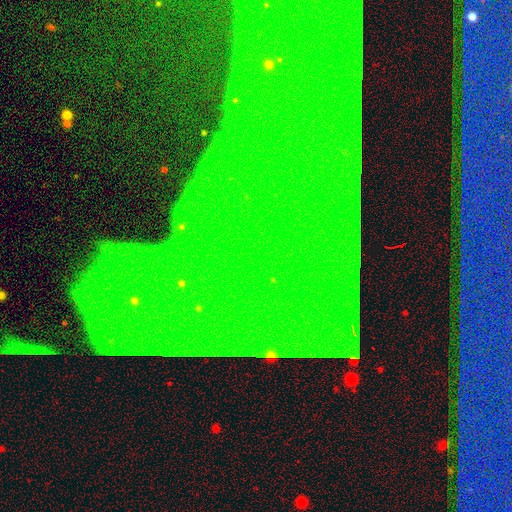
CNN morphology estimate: The model was most divided on "smooth or featured": star or artifact: 86%, featured or disk: 8%, smooth: 6%.